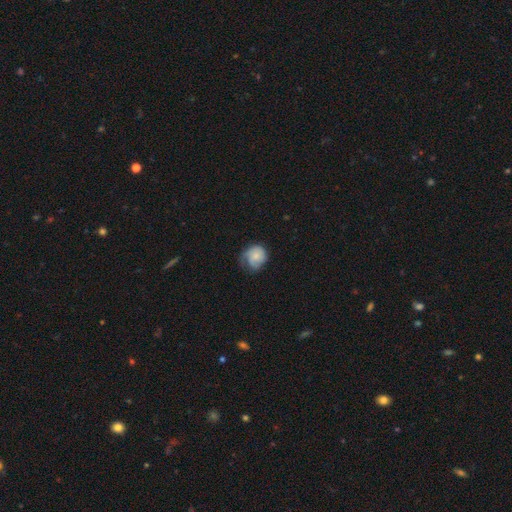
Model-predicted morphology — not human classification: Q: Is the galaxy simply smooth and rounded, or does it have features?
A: smooth — 58%.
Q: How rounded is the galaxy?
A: round — 71%.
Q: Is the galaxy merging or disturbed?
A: none — 43%.